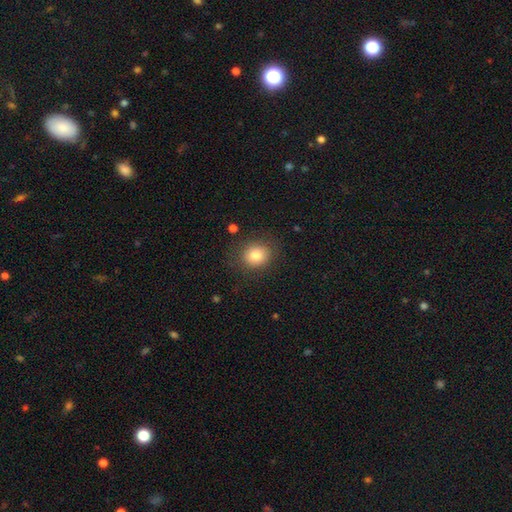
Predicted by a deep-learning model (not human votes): smooth 80%, star or artifact 10%, featured or disk 9%. Down the decision tree: how rounded — round (72%); merging — none (83%).